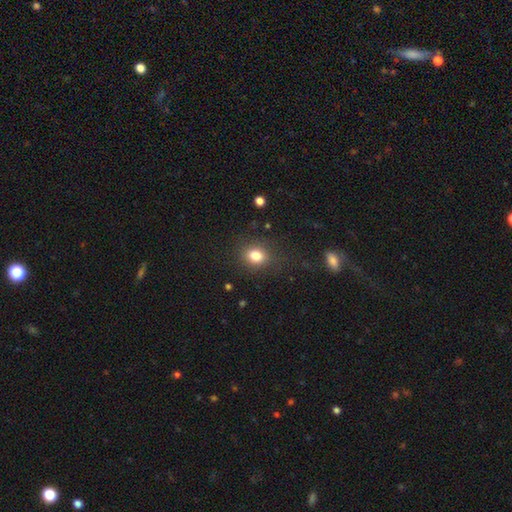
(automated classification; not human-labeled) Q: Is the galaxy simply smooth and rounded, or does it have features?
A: smooth — 82%.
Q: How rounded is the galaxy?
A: round — 54%.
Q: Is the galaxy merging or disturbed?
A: none — 82%.